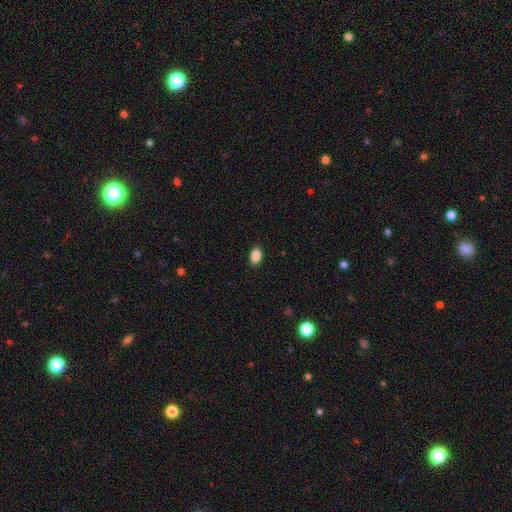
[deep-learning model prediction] Smooth or featured? smooth (88%)
How rounded? in between (88%)
Merging? none (89%)